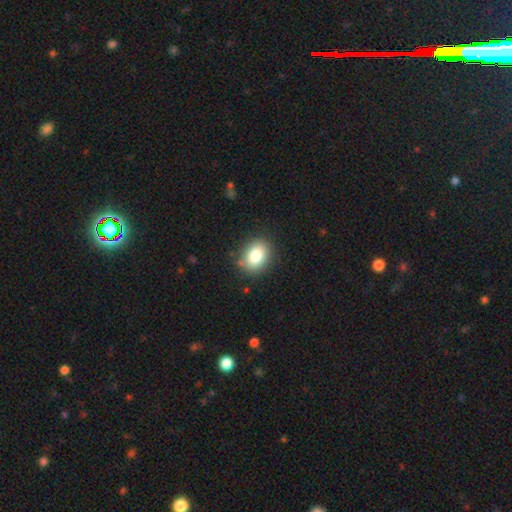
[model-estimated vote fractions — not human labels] Smooth or featured? Predicted: smooth (p=0.82). How rounded? Predicted: in between (p=0.58). Merging? Predicted: none (p=0.85).